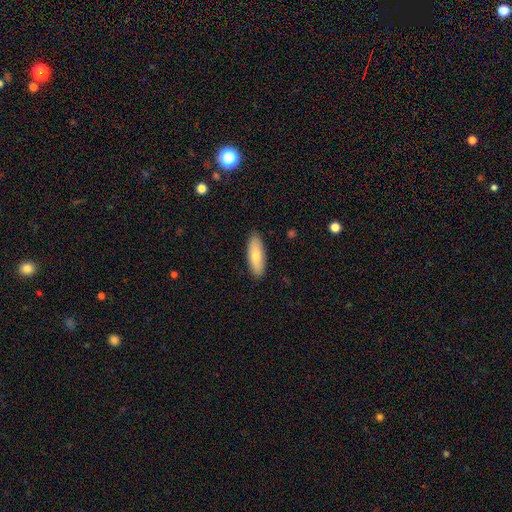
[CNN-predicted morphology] A smooth galaxy with no disk features (76%) that is in between round and cigar-shaped (64%).

Vote fractions:
- Smooth or featured? smooth: 76% / featured or disk: 18% / star or artifact: 6%
- How rounded? in between: 64% / cigar-shaped: 34% / round: 2%
- Merging? none: 88% / minor disturbance: 9% / major disturbance: 2% / merger: 1%